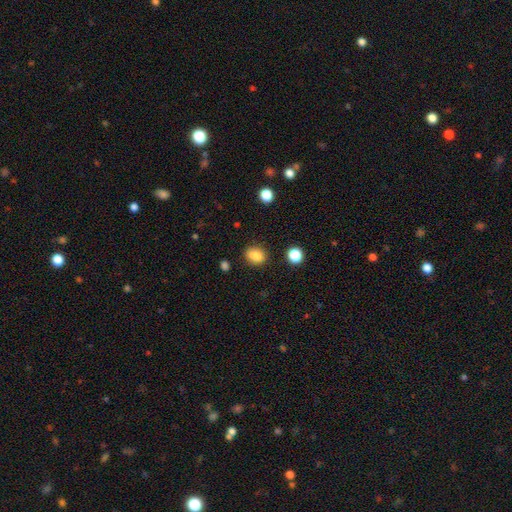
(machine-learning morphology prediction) Q: Smooth or featured?
A: smooth (84%); runner-up: star or artifact (11%)
Q: How rounded?
A: in between (60%); runner-up: round (39%)
Q: Merging?
A: none (76%); runner-up: minor disturbance (14%)